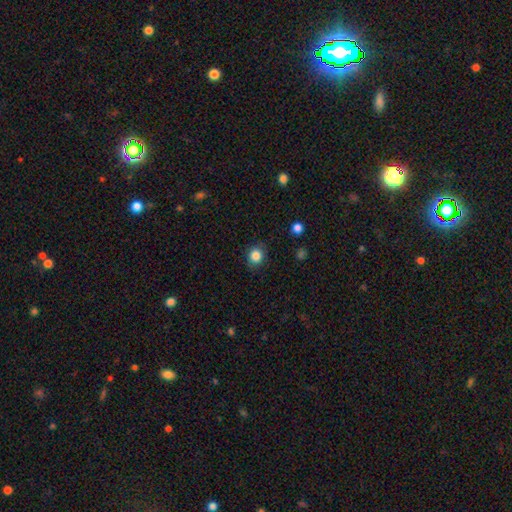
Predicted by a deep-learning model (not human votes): A smooth galaxy with no disk features (84%) that is round (79%). Merging: none (85%).